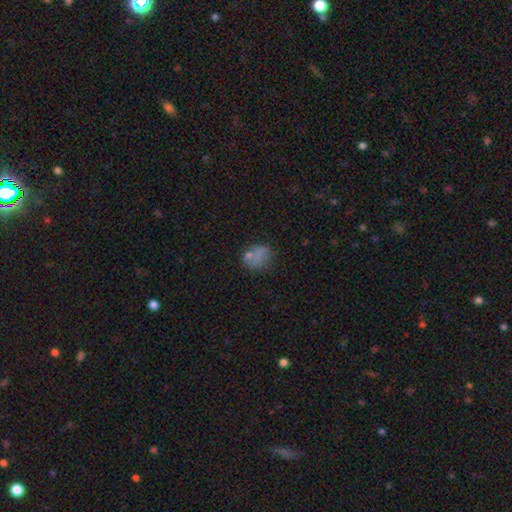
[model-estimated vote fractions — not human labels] Morphology: type=smooth (69%); roundness=round (50%); merging=none (53%).